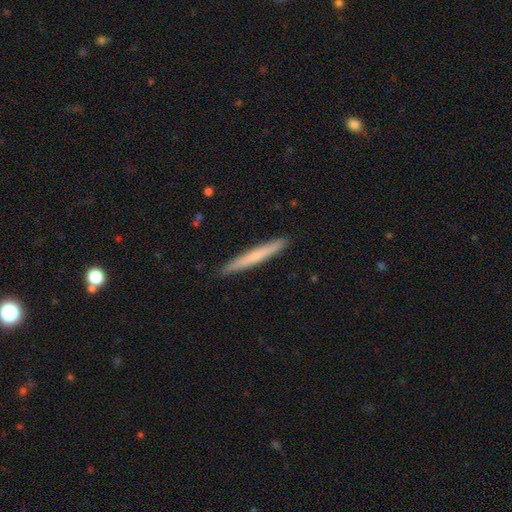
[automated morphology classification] smooth-or-featured: smooth: 59% | featured or disk: 36% | star or artifact: 6%
  how-rounded: cigar-shaped: 97% | in between: 2% | round: 1%
  merging: none: 92% | minor disturbance: 6% | major disturbance: 1% | merger: 1%